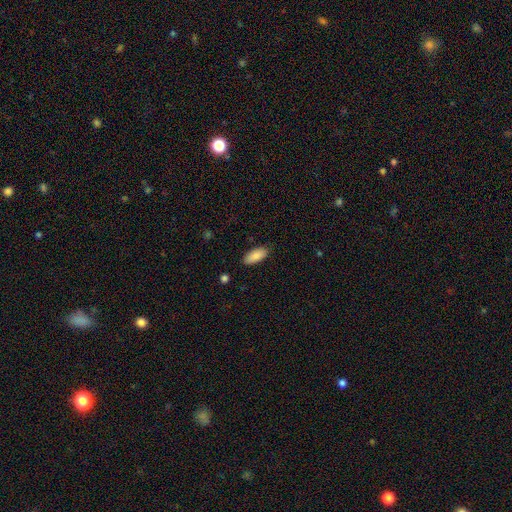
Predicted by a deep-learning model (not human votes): smooth 87%, featured or disk 7%, star or artifact 6%. Down the decision tree: how rounded — in between (87%); merging — none (86%).